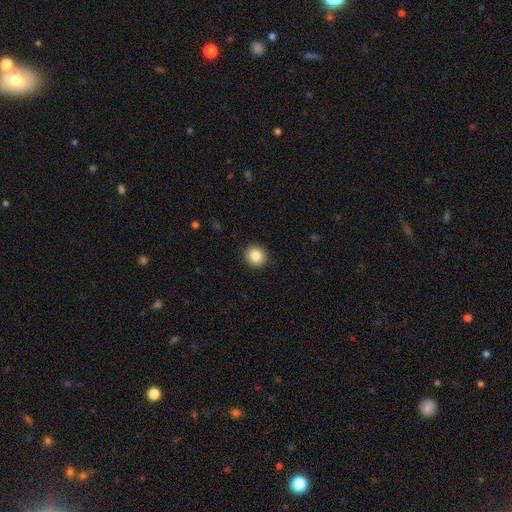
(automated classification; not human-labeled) This appears to be a smooth galaxy with no disk features (85%) that is round (88%). Merging: none (92%).